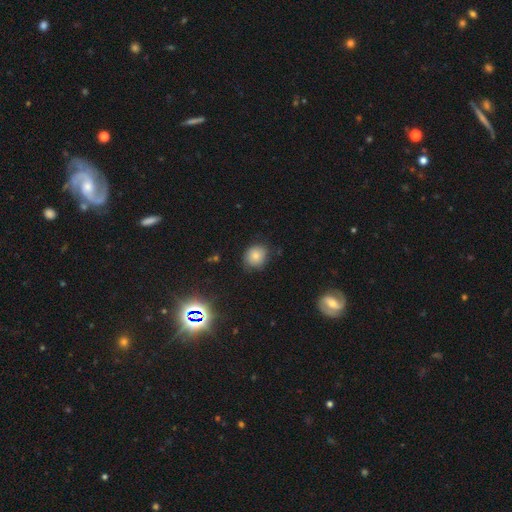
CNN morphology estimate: smooth 77%, star or artifact 13%, featured or disk 10%. Down the decision tree: how rounded — round (77%); merging — none (76%).